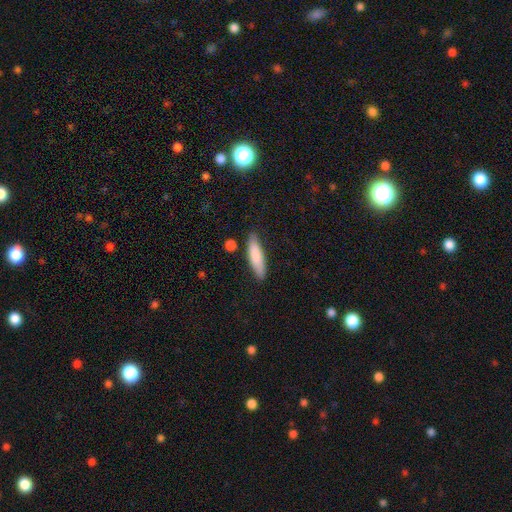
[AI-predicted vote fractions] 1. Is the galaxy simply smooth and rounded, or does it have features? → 82% smooth, 12% featured or disk, 6% star or artifact.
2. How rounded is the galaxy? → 69% cigar-shaped, 30% in between, 2% round.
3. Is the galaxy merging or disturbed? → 81% none, 13% minor disturbance, 3% merger, 3% major disturbance.